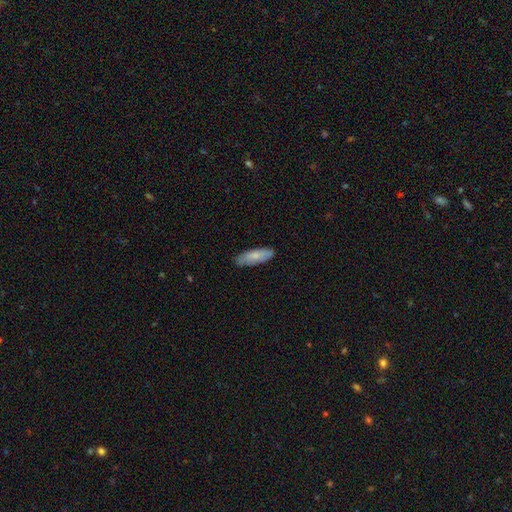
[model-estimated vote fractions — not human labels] The model was most divided on "how rounded": in between: 56%, cigar-shaped: 42%, round: 2%. More confident: merging — none (82%); smooth or featured — smooth (72%).